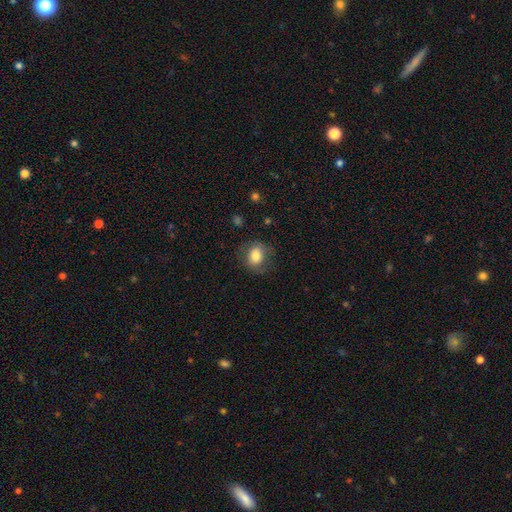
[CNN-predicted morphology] Smooth or featured: smooth — 76% (featured or disk — 16%)
How rounded: in between — 52% (round — 47%)
Merging: none — 71% (minor disturbance — 18%)